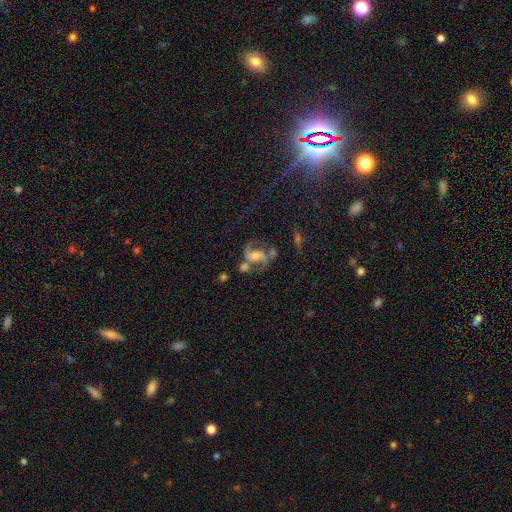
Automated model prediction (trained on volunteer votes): Morphology: type=featured or disk (82%); edge-on=no (97%); bar=weak (41%); spiral arms=yes (94%); winding=medium (54%); arm count=2 (90%); bulge=moderate (45%); merging=none (46%).